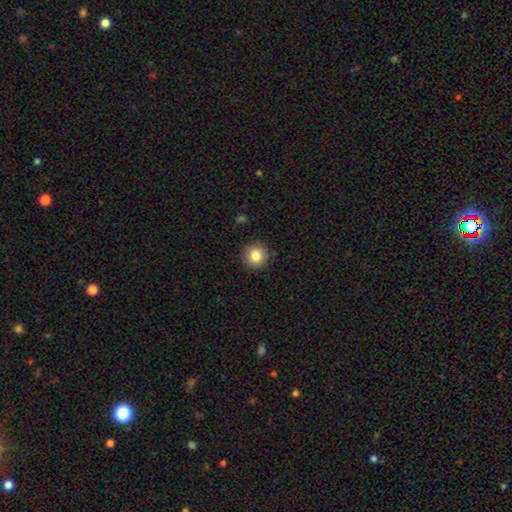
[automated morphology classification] Smooth or featured? Predicted: smooth (p=0.84). How rounded? Predicted: round (p=0.94). Merging? Predicted: none (p=0.91).